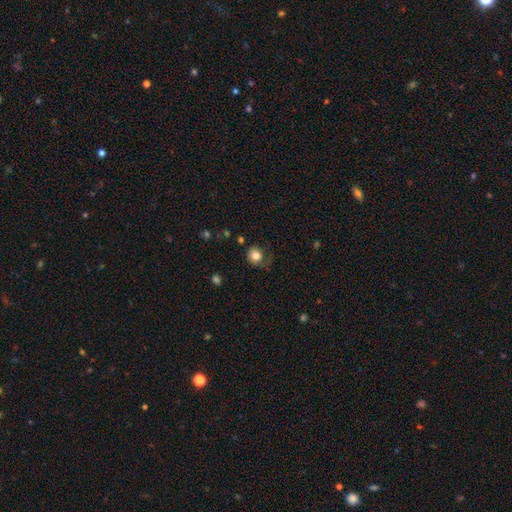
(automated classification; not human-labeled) smooth 82%, star or artifact 10%, featured or disk 8%. Down the decision tree: how rounded — round (74%); merging — none (62%).